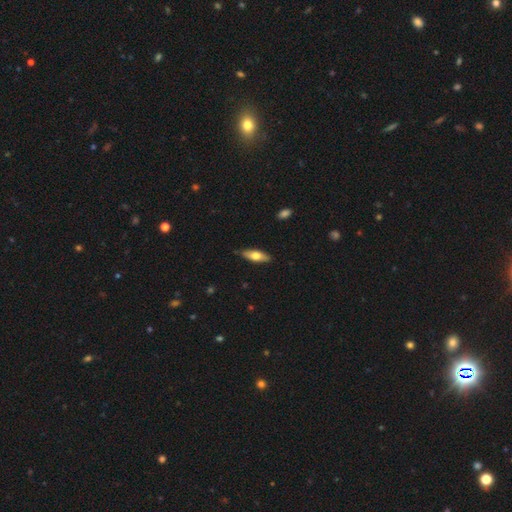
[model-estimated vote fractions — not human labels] This is likely a smooth galaxy (64%). How rounded: likely in between (62%). Merging: clearly none (86%).